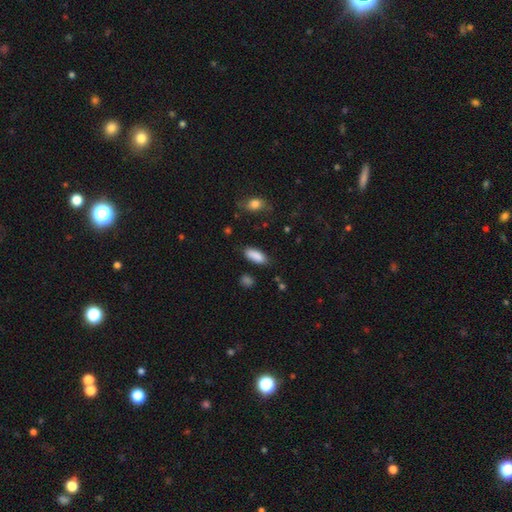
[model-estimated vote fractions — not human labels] Morphology: type=smooth (88%); roundness=in between (80%); merging=none (75%).